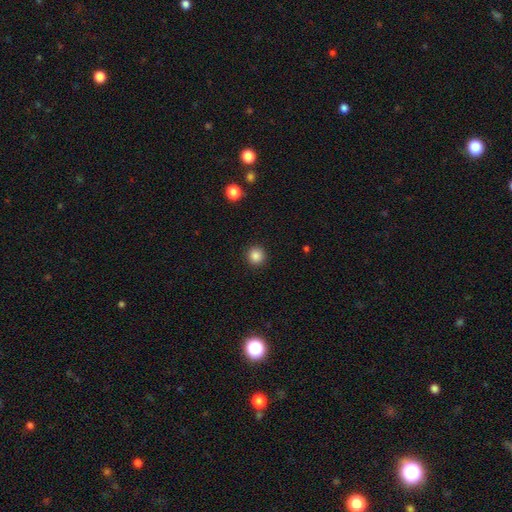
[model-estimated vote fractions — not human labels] smooth 86%, star or artifact 11%, featured or disk 3%. Down the decision tree: how rounded — round (94%); merging — none (92%).